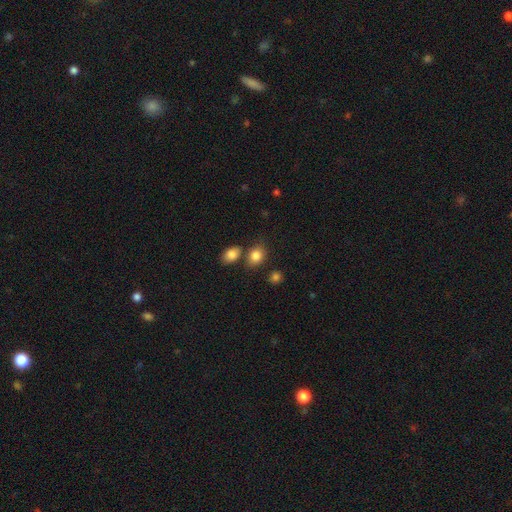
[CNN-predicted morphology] type=smooth (84%); roundness=in between (56%); merging=none (66%).